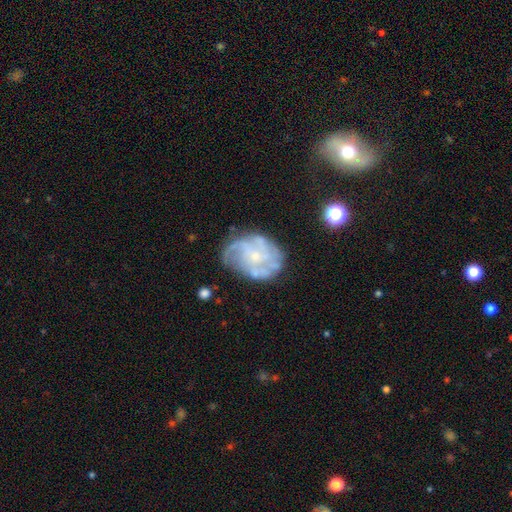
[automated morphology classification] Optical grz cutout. It shows a featured or disk galaxy (76%) with no bar (72%), medium (39%) spiral arms (78%) and a small central bulge (68%). Merging: none (59%).